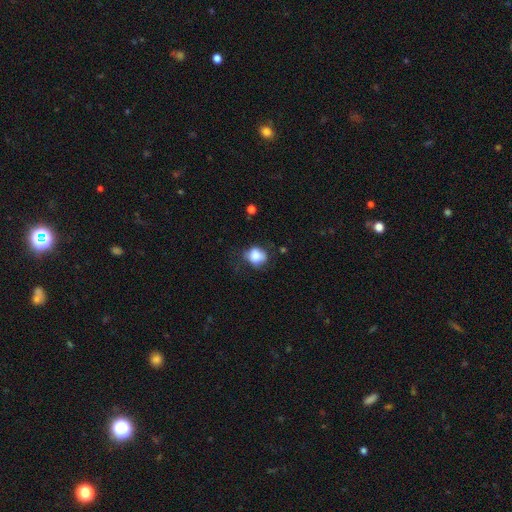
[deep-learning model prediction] This appears to be a smooth galaxy with no disk features (78%) that is round (56%). Merging: none (53%).